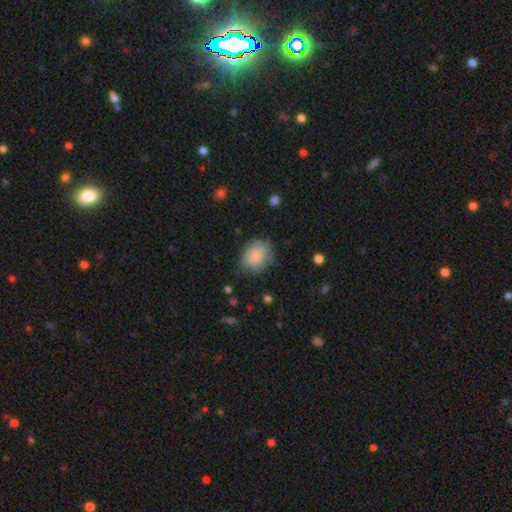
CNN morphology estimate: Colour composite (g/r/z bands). It shows a smooth galaxy with no disk features (85%) that is round (50%). Merging: none (74%).